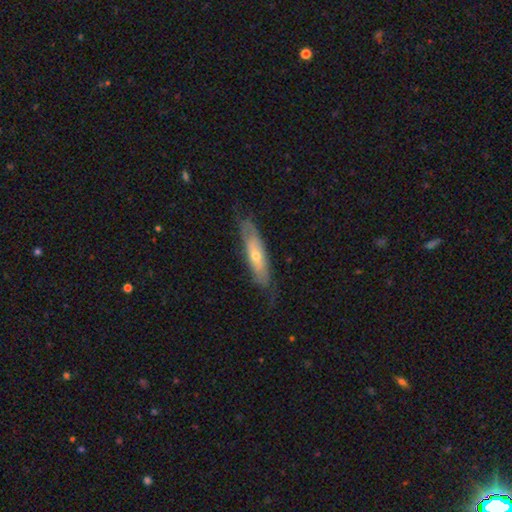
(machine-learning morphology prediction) A featured or disk galaxy (56%).

Vote fractions:
- Smooth or featured? featured or disk: 56% / smooth: 38% / star or artifact: 6%
- Edge-on disk? no: 56% / yes: 44%
- Merging? none: 69% / minor disturbance: 22% / major disturbance: 7% / merger: 1%